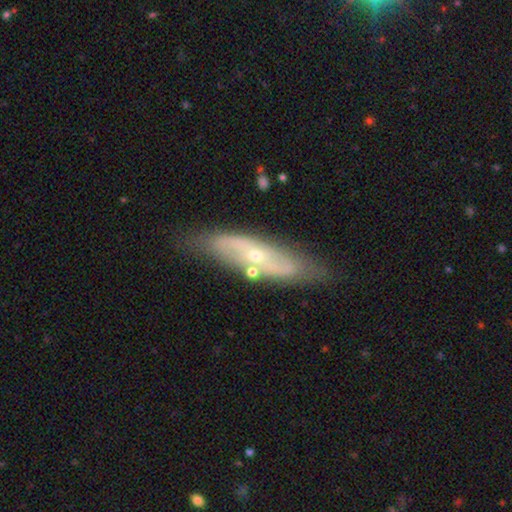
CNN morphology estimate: Overall: featured or disk (67%). Edge-on disk: no (73%). Merging: none (71%).